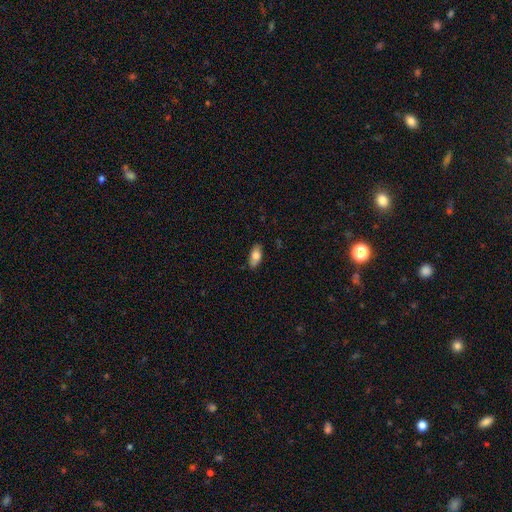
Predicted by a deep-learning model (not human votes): The model was most divided on "smooth or featured": smooth: 79%, featured or disk: 15%, star or artifact: 7%. More confident: how rounded — in between (86%); merging — none (84%).